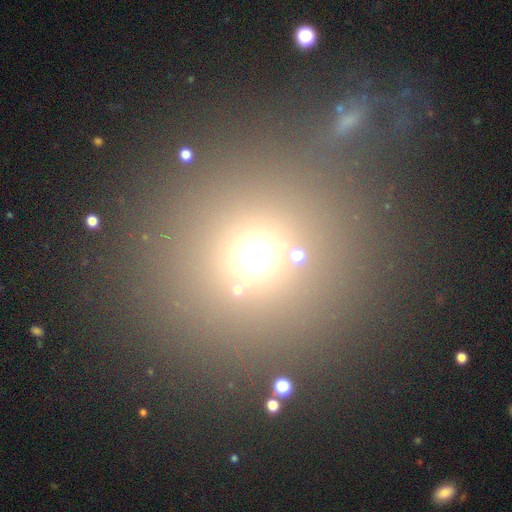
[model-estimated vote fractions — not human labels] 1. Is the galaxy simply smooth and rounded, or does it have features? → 58% smooth, 33% star or artifact, 9% featured or disk.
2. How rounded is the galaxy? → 92% round, 7% in between, 1% cigar-shaped.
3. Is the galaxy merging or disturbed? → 75% none, 12% merger, 8% minor disturbance, 5% major disturbance.